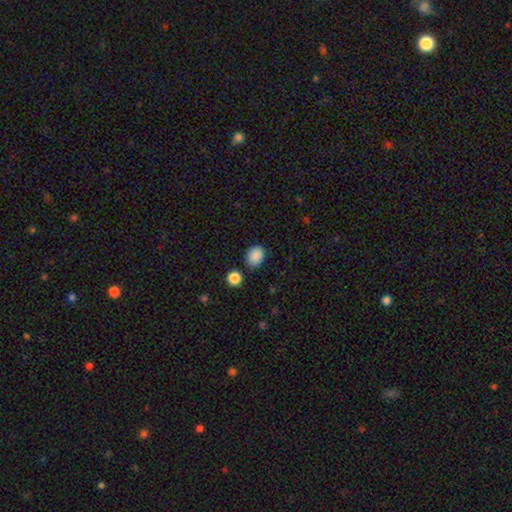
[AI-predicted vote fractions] Q: Smooth or featured?
A: smooth (88%); runner-up: star or artifact (9%)
Q: How rounded?
A: in between (59%); runner-up: round (40%)
Q: Merging?
A: none (82%); runner-up: minor disturbance (12%)